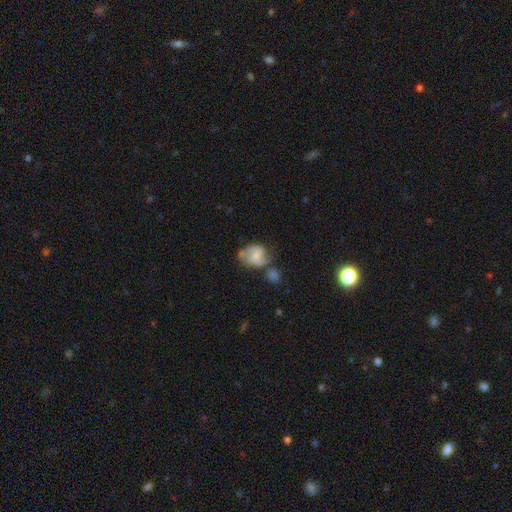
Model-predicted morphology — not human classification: Overall: smooth (48%; featured or disk 44%). Merging: none (34%; minor disturbance 25%).